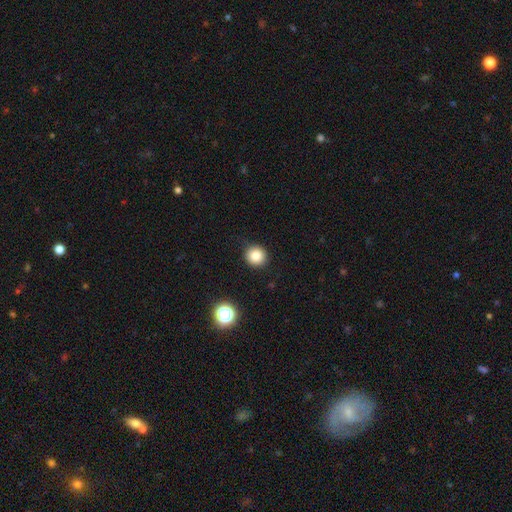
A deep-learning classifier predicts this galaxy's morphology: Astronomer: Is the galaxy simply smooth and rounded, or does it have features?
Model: smooth — 82%.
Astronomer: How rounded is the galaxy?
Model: round — 92%.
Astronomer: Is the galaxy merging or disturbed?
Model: none — 89%.